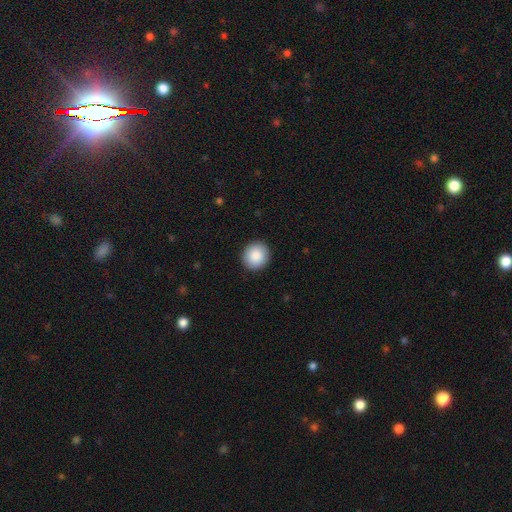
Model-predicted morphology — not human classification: Smooth or featured? smooth (89%)
How rounded? round (90%)
Merging? none (92%)